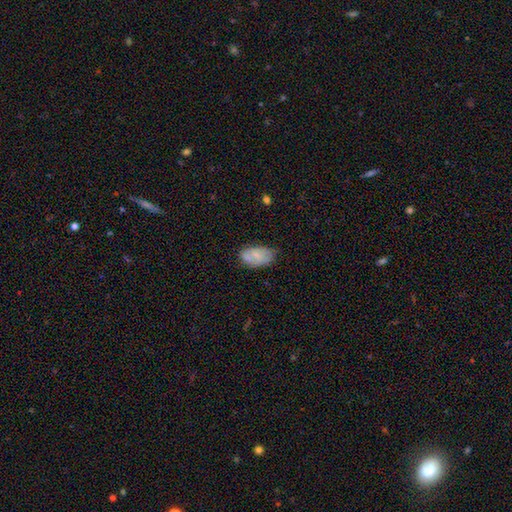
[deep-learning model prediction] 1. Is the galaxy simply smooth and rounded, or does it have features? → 64% smooth, 29% featured or disk, 8% star or artifact.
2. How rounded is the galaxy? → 93% in between, 5% round, 2% cigar-shaped.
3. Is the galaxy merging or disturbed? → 63% none, 28% minor disturbance, 6% major disturbance, 3% merger.